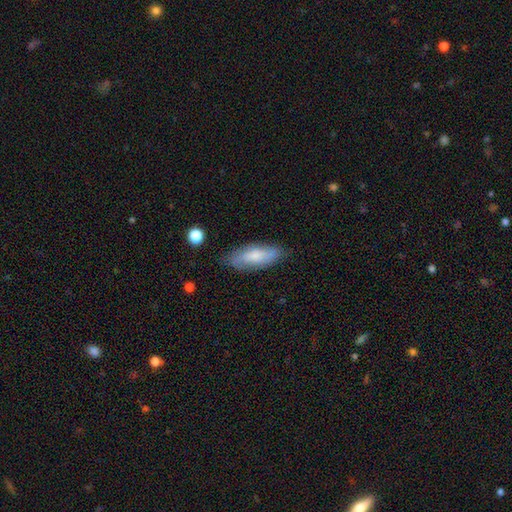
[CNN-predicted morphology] Q: Smooth or featured?
A: smooth (66%); runner-up: featured or disk (27%)
Q: How rounded?
A: in between (67%); runner-up: cigar-shaped (31%)
Q: Merging?
A: none (75%); runner-up: minor disturbance (19%)